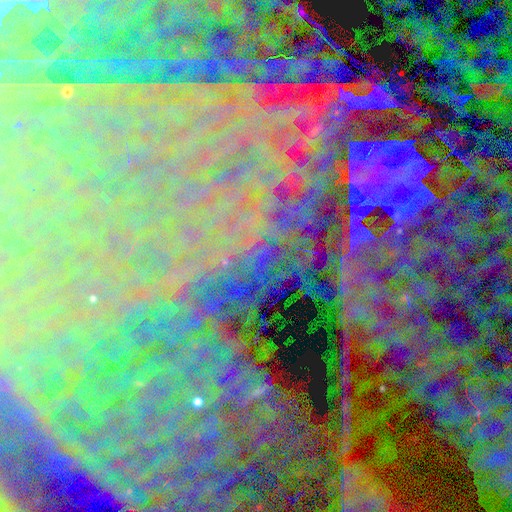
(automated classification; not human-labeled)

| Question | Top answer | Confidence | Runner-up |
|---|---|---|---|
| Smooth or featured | star or artifact | 87% | featured or disk (7%) |